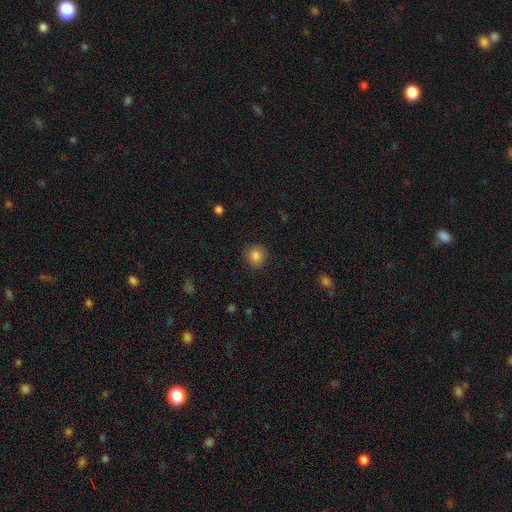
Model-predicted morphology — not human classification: smooth_or_featured: smooth (p=0.85) [alt: star or artifact p=0.11]
how_rounded: round (p=0.87) [alt: in between p=0.12]
merging: none (p=0.88) [alt: minor disturbance p=0.08]